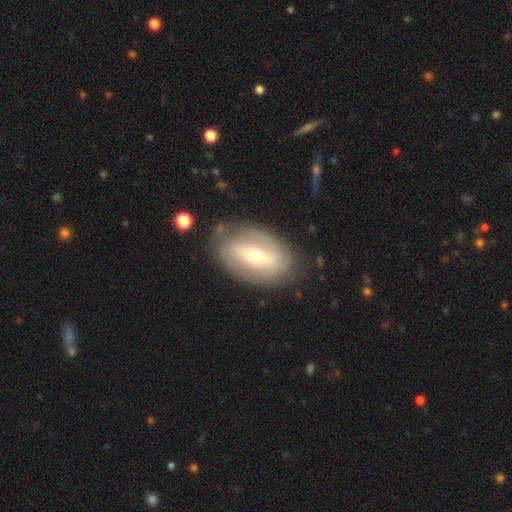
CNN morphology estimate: A featured or disk galaxy (63%) with a strong bar (40%), spiral arms (54%) and a moderate central bulge (61%). Merging: none (77%).